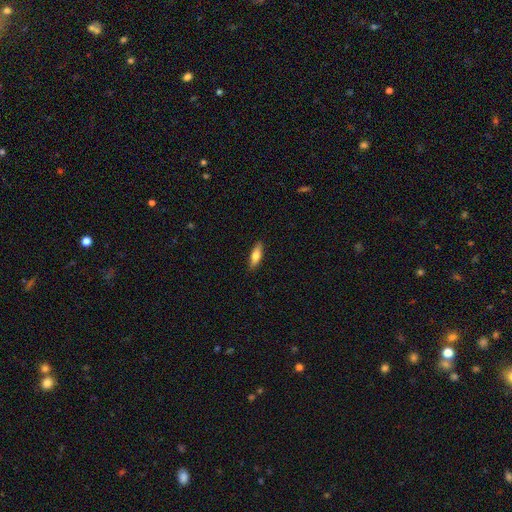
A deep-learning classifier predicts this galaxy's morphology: A smooth galaxy with no disk features (72%) that is in between round and cigar-shaped (55%). Merging: none (88%).